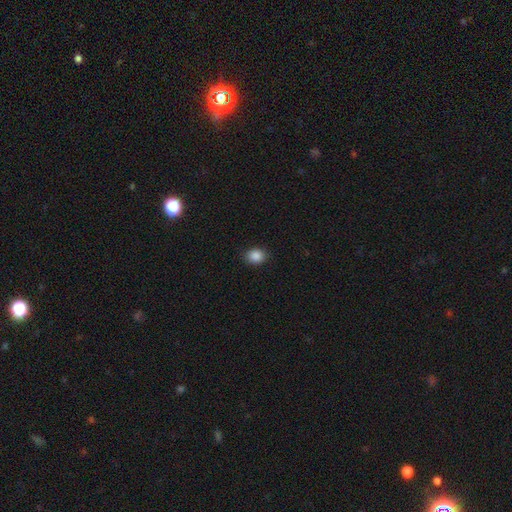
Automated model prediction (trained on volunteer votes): smooth 87%, star or artifact 9%, featured or disk 3%. Down the decision tree: how rounded — round (58%); merging — none (86%).